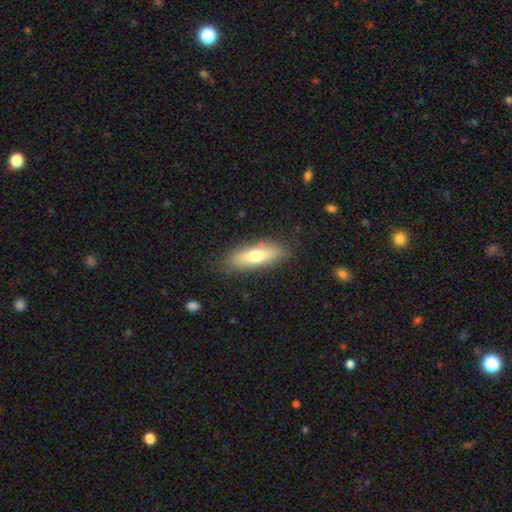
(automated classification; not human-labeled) Morphology: type=smooth (68%); roundness=in between (51%); merging=none (83%).